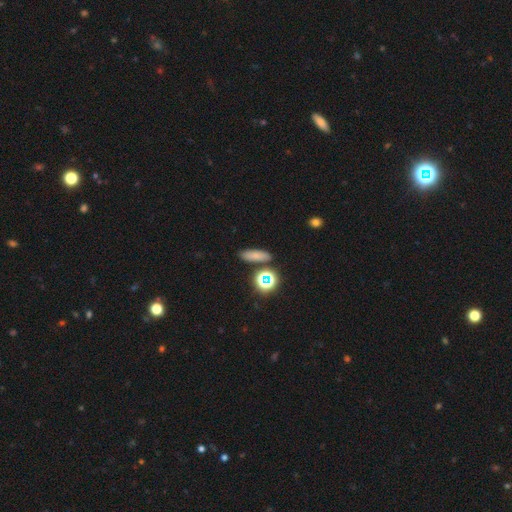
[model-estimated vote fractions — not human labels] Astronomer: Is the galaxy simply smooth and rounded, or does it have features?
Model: smooth — 71%.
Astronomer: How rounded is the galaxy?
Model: cigar-shaped — 49% (runner-up: in between, 39%).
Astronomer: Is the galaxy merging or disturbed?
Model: none — 82%.